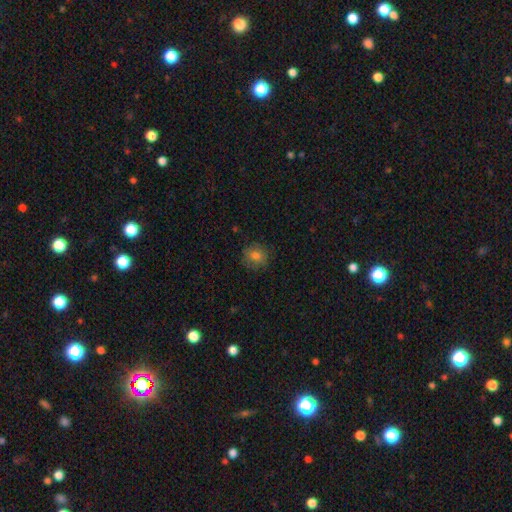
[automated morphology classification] Smooth or featured?
  - smooth: 78% *
  - featured or disk: 12%
  - star or artifact: 10%
How rounded?
  - round: 86% *
  - in between: 13%
  - cigar-shaped: 1%
Merging?
  - none: 82% *
  - minor disturbance: 13%
  - major disturbance: 3%
  - merger: 1%